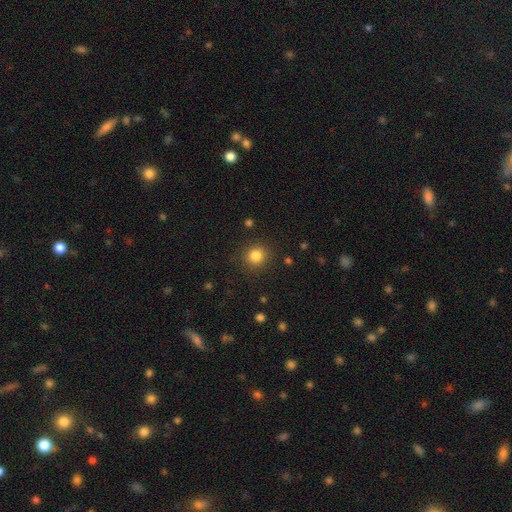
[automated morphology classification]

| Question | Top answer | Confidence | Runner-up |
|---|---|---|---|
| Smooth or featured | smooth | 83% | star or artifact (12%) |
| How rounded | round | 91% | in between (9%) |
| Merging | none | 89% | minor disturbance (7%) |